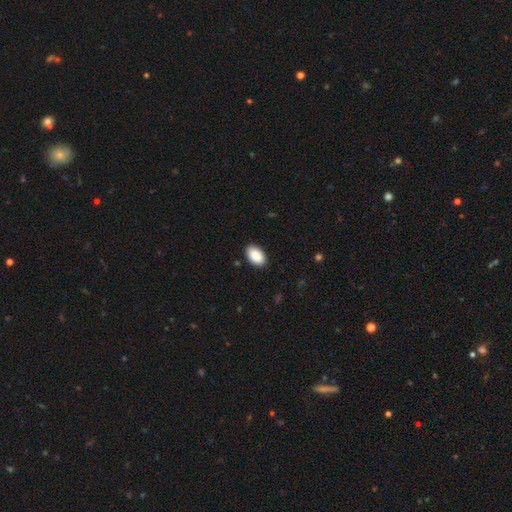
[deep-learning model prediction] smooth 90%, star or artifact 7%, featured or disk 4%. Down the decision tree: how rounded — in between (94%); merging — none (89%).